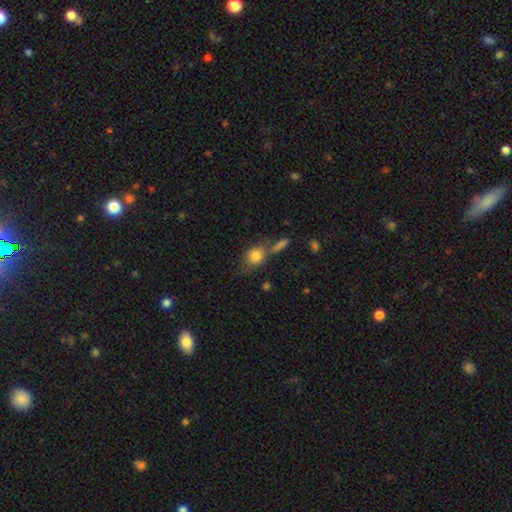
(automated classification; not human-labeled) Smooth or featured? smooth (80%)
How rounded? round (52%)
Merging? none (52%)